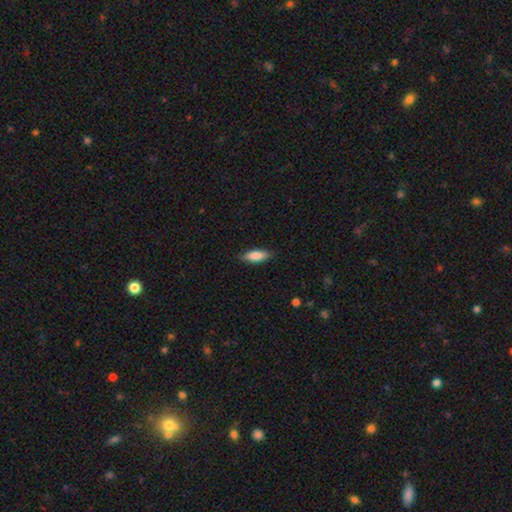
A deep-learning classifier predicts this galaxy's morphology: Smooth or featured? Predicted: smooth (p=0.82). How rounded? Predicted: in between (p=0.66). Merging? Predicted: none (p=0.85).